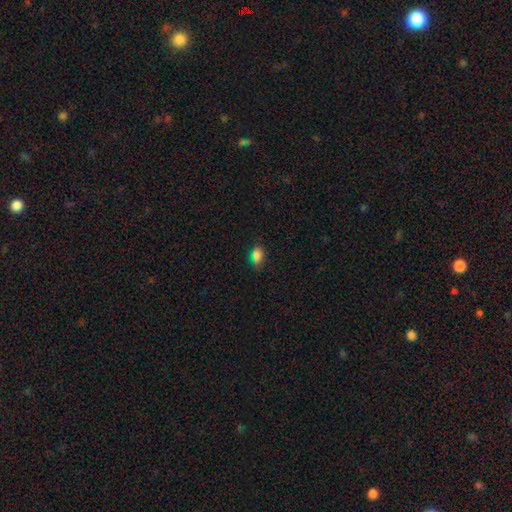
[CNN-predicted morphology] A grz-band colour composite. It shows a smooth galaxy with no disk features (76%) that is in between round and cigar-shaped (81%). Merging: none (77%).